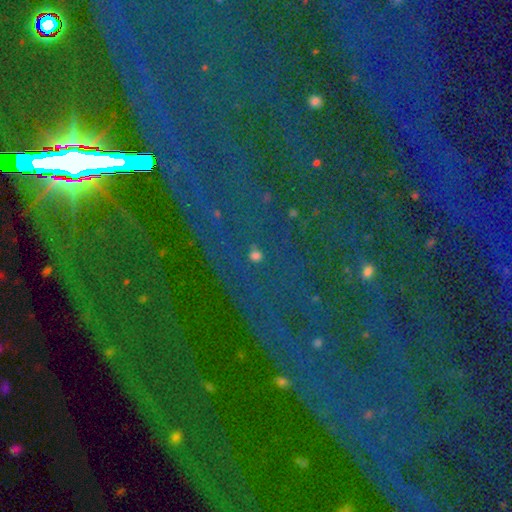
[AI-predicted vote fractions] A star or artifact, not a galaxy (58%).